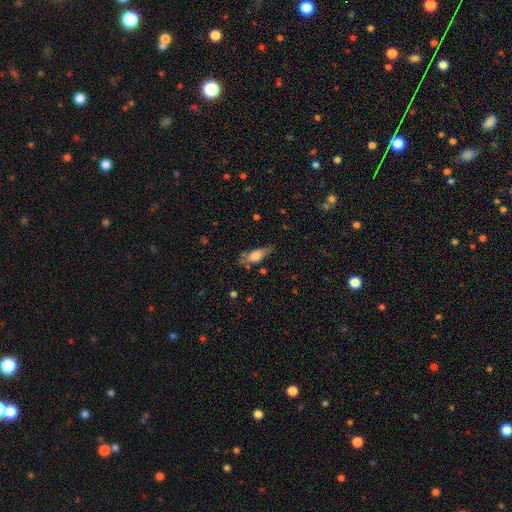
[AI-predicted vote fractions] smooth_or_featured: smooth (p=0.65) [alt: featured or disk p=0.27]
how_rounded: in between (p=0.68) [alt: cigar-shaped p=0.29]
merging: none (p=0.61) [alt: minor disturbance p=0.26]